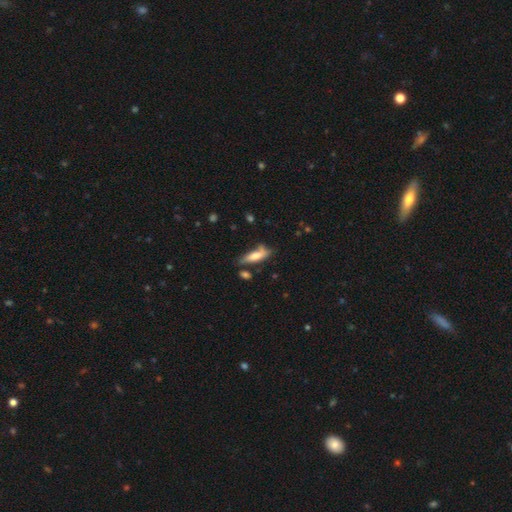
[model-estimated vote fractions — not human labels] smooth-or-featured: smooth: 68% | featured or disk: 25% | star or artifact: 7%
  how-rounded: cigar-shaped: 53% | in between: 45% | round: 2%
  merging: none: 54% | minor disturbance: 26% | merger: 11% | major disturbance: 9%